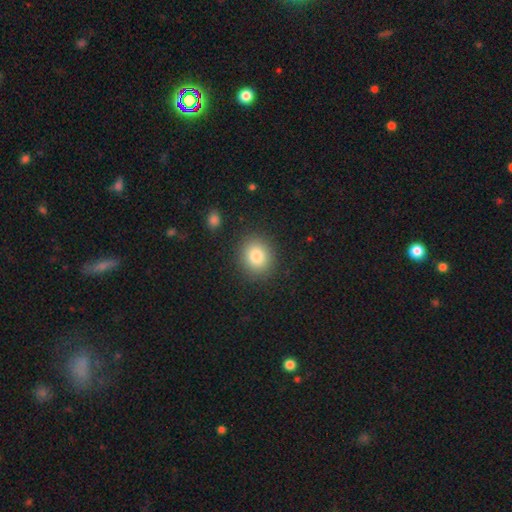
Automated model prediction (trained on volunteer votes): Smooth or featured? Predicted: smooth (p=0.82). How rounded? Predicted: round (p=0.74). Merging? Predicted: none (p=0.88).